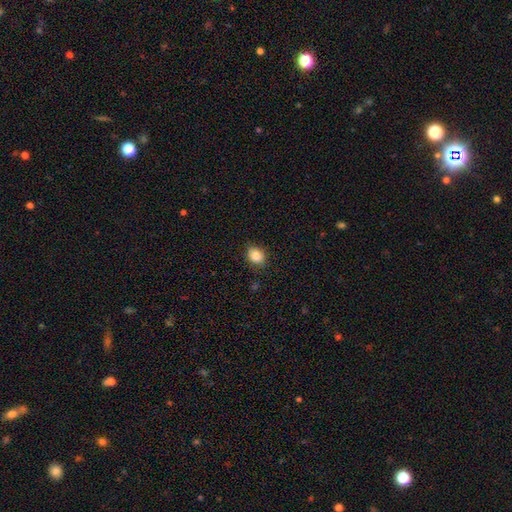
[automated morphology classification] A smooth galaxy with no disk features (87%) that is in between round and cigar-shaped (50%). Merging: none (86%).